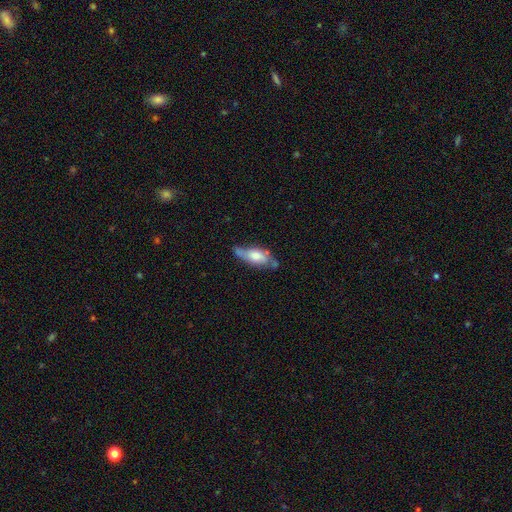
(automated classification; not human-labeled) Q: Smooth or featured?
A: featured or disk (47%); runner-up: smooth (46%)
Q: Merging?
A: none (50%); runner-up: minor disturbance (31%)